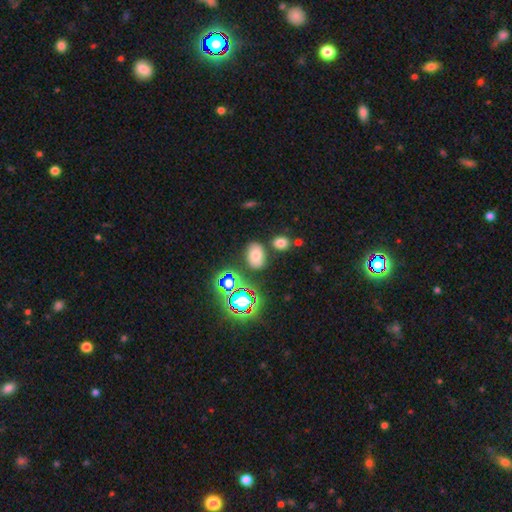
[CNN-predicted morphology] smooth 67%, star or artifact 21%, featured or disk 11%. Down the decision tree: how rounded — in between (78%); merging — none (74%).